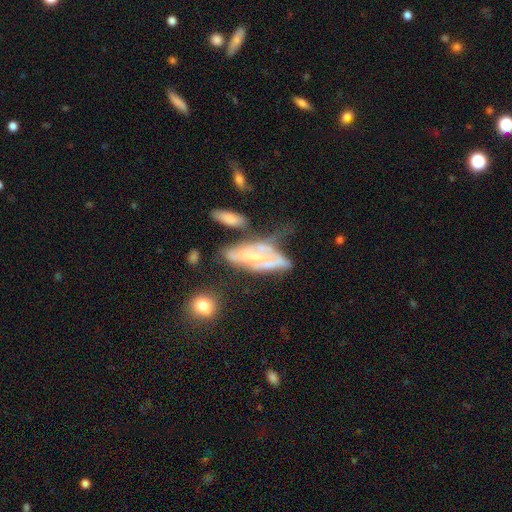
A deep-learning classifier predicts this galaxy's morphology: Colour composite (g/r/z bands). It shows a featured or disk galaxy (67%) with no bar (64%), spiral arms (52%) and a small central bulge (52%). Merging: major disturbance (28%).